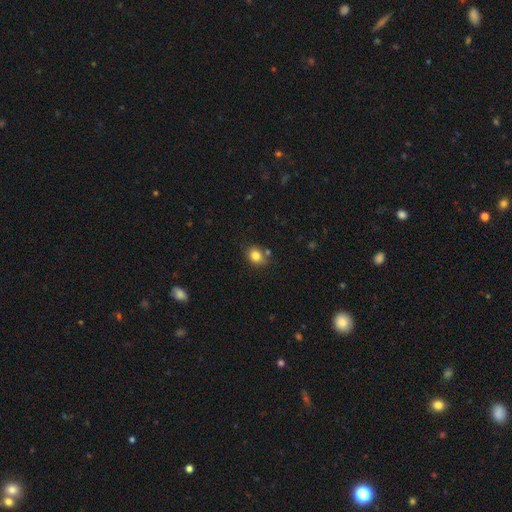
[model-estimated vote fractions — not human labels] This appears to be a smooth galaxy with no disk features (83%) that is round (51%). Merging: none (72%).